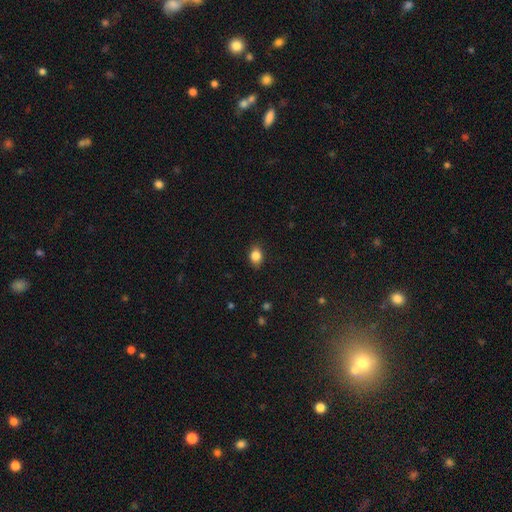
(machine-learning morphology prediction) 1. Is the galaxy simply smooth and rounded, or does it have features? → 84% smooth, 9% star or artifact, 6% featured or disk.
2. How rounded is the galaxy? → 64% in between, 34% round, 1% cigar-shaped.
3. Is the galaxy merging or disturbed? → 84% none, 12% minor disturbance, 3% major disturbance, 1% merger.